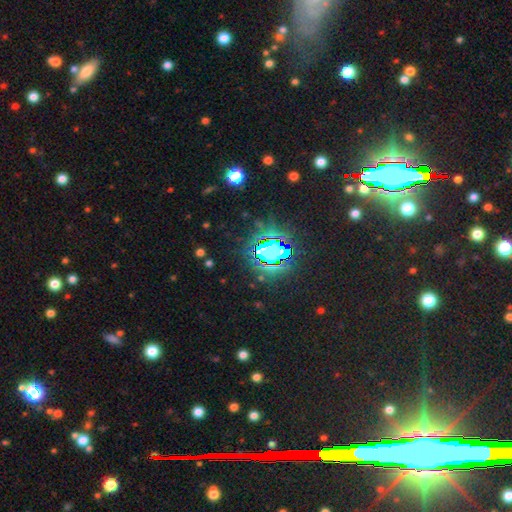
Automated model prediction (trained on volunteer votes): This appears to be a star or artifact, not a galaxy (74%).